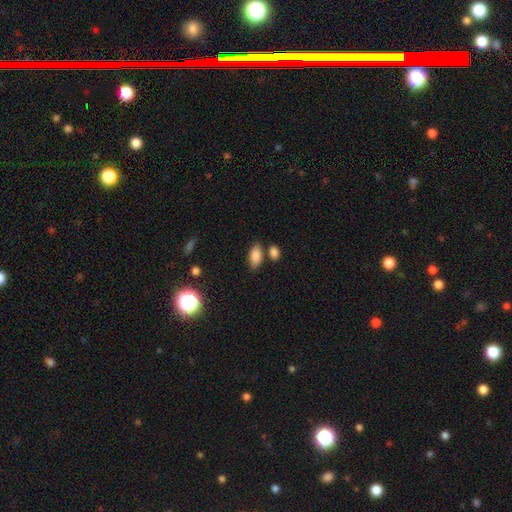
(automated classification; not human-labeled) A smooth galaxy with no disk features (85%) that is in between round and cigar-shaped (91%).

Vote fractions:
- Smooth or featured? smooth: 85% / star or artifact: 8% / featured or disk: 7%
- How rounded? in between: 91% / cigar-shaped: 5% / round: 5%
- Merging? none: 69% / merger: 14% / minor disturbance: 13% / major disturbance: 4%